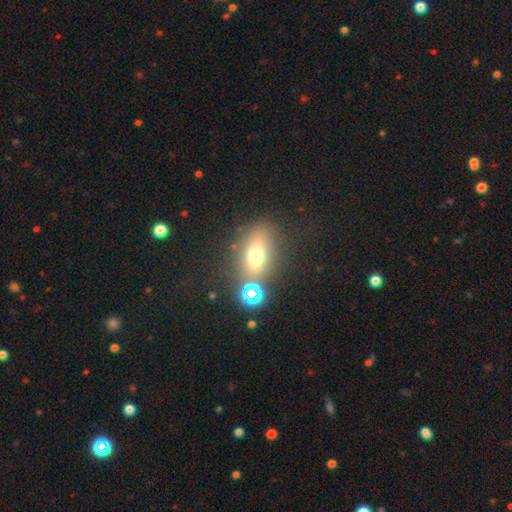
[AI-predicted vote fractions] A smooth galaxy with no disk features (63%) that is in between round and cigar-shaped (70%).

Vote fractions:
- Smooth or featured? smooth: 63% / featured or disk: 19% / star or artifact: 17%
- How rounded? in between: 70% / round: 25% / cigar-shaped: 5%
- Merging? none: 65% / merger: 14% / minor disturbance: 14% / major disturbance: 7%